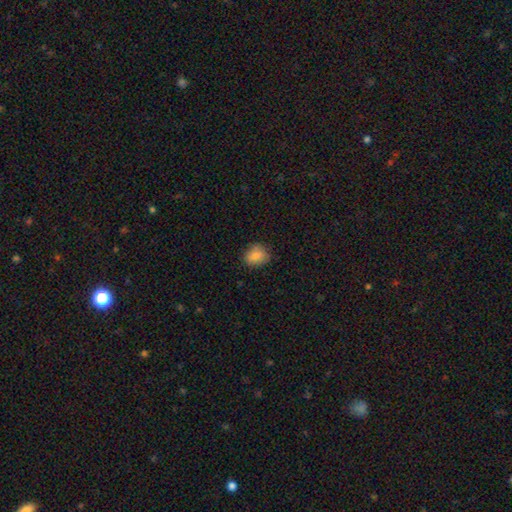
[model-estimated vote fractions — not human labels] This appears to be a smooth galaxy with no disk features (85%) that is round (64%). Merging: none (81%).